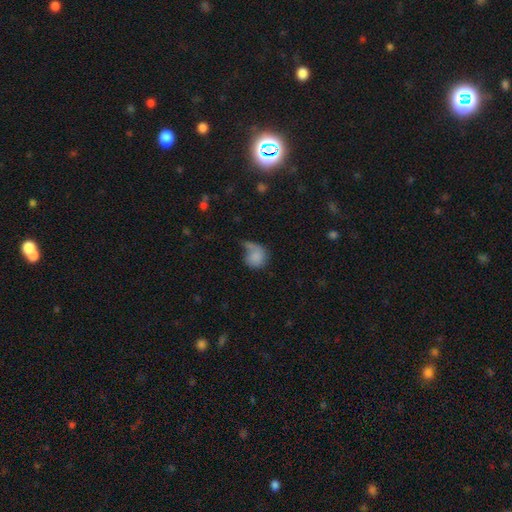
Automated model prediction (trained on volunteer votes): A smooth galaxy with no disk features (76%) that is round (74%).

Vote fractions:
- Smooth or featured? smooth: 76% / featured or disk: 16% / star or artifact: 8%
- How rounded? round: 74% / in between: 25% / cigar-shaped: 1%
- Merging? none: 35% / major disturbance: 27% / minor disturbance: 24% / merger: 14%